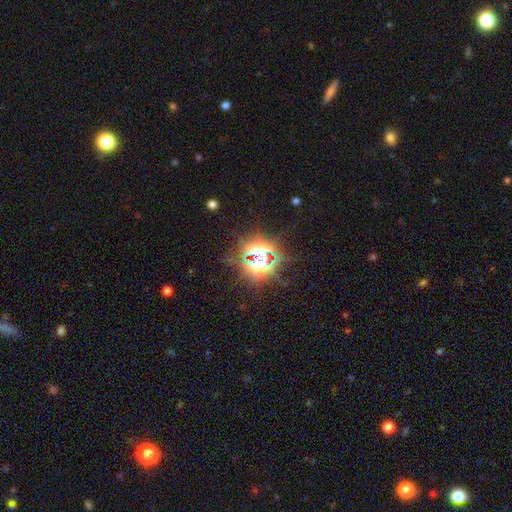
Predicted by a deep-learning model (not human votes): Smooth or featured? Predicted: star or artifact (p=0.80).